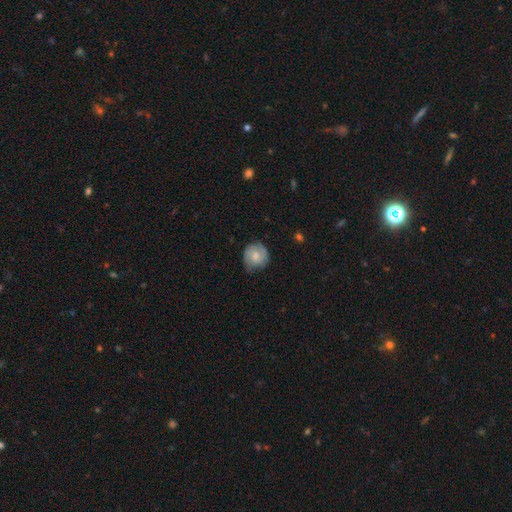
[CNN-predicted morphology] This appears to be a smooth galaxy with no disk features (57%) that is round (84%). Merging: none (64%).